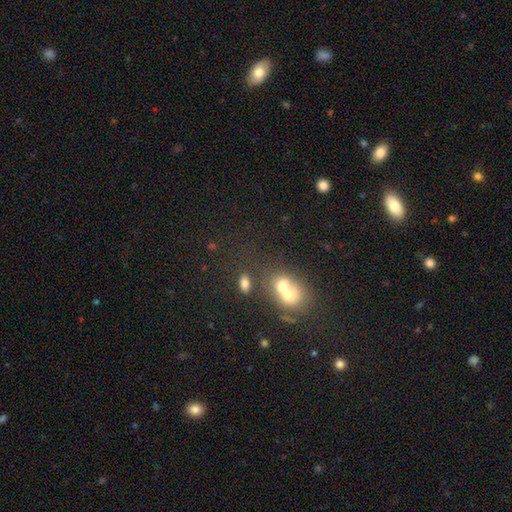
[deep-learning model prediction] smooth 50%, star or artifact 33%, featured or disk 17%. Down the decision tree: merging — merger (43%).